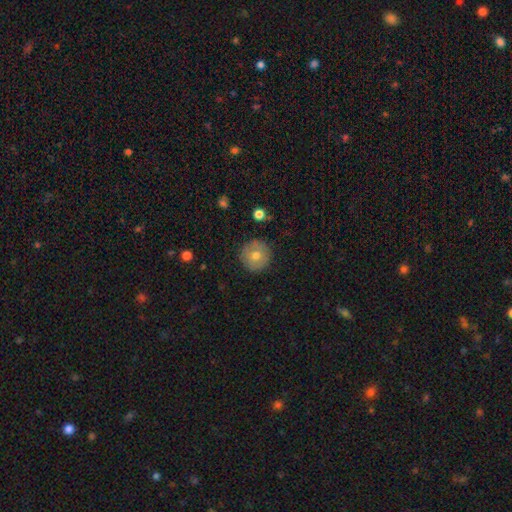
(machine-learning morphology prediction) This appears to be a smooth galaxy with no disk features (68%) that is round (95%). Merging: none (88%).